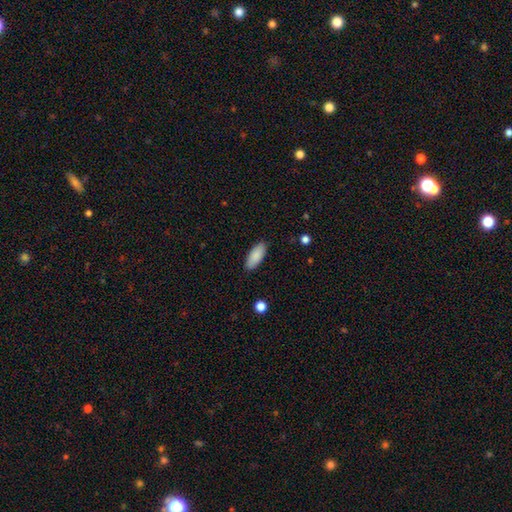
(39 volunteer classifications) Smooth or featured? smooth (90%)
How rounded? in between (74%)
Merging? none (84%)